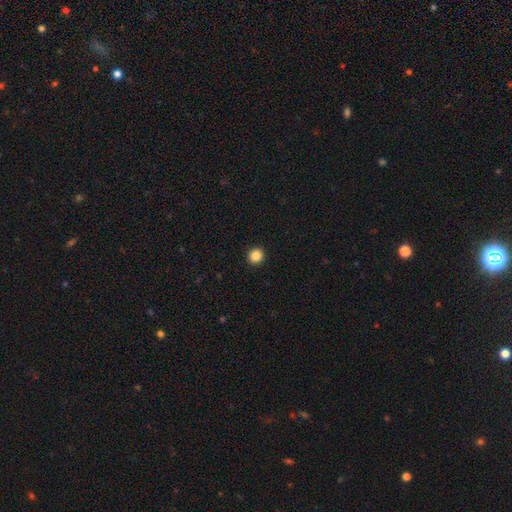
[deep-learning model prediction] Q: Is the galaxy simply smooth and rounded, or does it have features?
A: smooth — 86%.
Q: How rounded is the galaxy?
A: round — 94%.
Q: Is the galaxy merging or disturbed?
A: none — 94%.